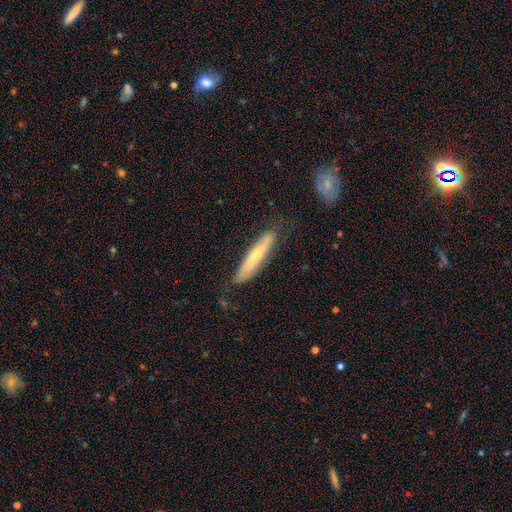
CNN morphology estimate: smooth-or-featured: featured or disk: 52% | smooth: 42% | star or artifact: 6%
  disk-edge-on: yes: 76% | no: 24%
  merging: none: 72% | minor disturbance: 21% | major disturbance: 5% | merger: 2%